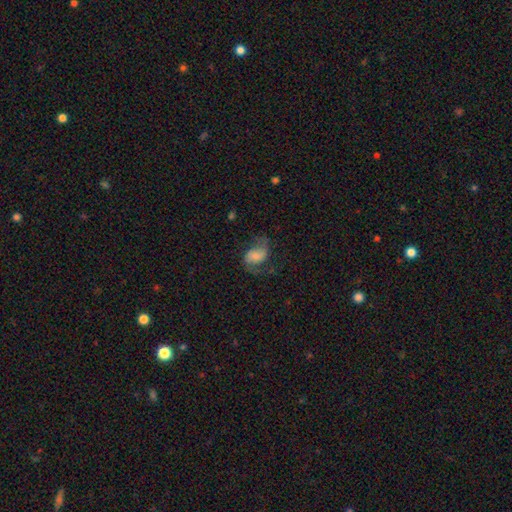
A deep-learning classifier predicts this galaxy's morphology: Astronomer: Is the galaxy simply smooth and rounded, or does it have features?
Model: featured or disk — 65%.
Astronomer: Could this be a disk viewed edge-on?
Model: no — 97%.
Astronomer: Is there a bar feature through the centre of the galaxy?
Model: no — 53% (runner-up: weak, 35%).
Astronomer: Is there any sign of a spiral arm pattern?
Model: yes — 91%.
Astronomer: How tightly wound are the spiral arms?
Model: loose — 52% (runner-up: medium, 39%).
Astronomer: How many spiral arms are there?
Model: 2 — 89%.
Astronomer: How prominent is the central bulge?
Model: small — 39% (runner-up: moderate, 32%).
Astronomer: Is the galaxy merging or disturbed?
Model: none — 60%.